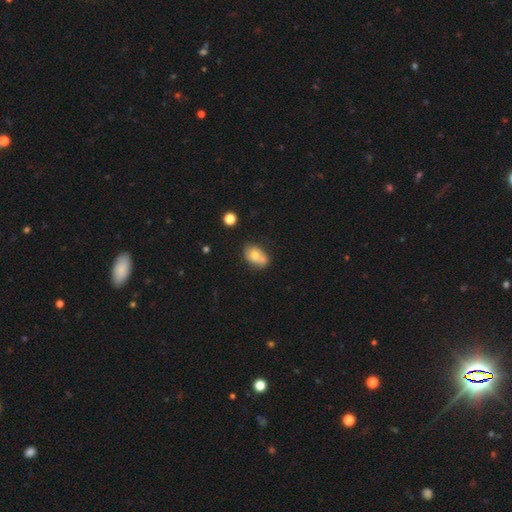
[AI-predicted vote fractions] Smooth or featured?
  - smooth: 65% *
  - featured or disk: 25%
  - star or artifact: 9%
How rounded?
  - in between: 80% *
  - round: 18%
  - cigar-shaped: 2%
Merging?
  - none: 46% *
  - merger: 26%
  - minor disturbance: 22%
  - major disturbance: 6%